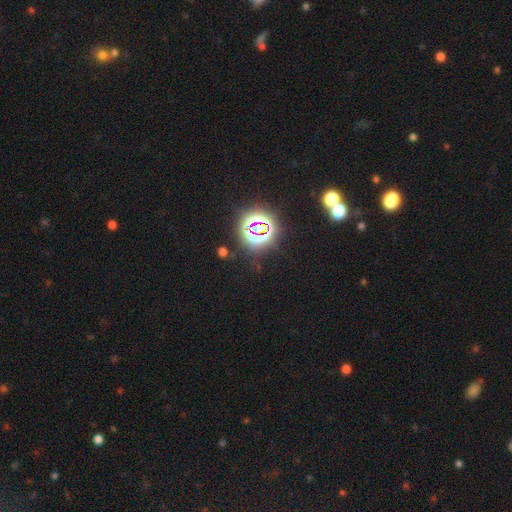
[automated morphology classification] Overall: star or artifact (83%).